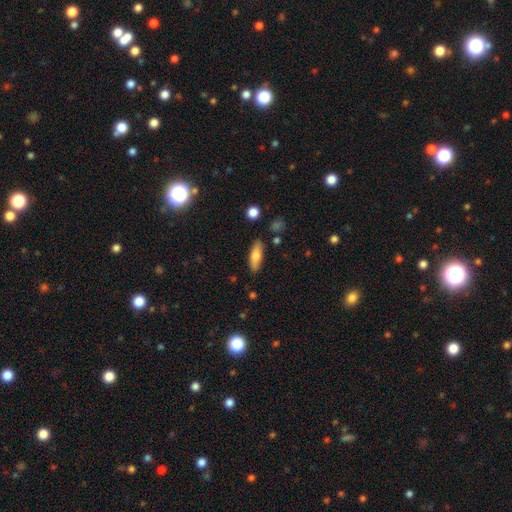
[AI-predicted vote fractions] smooth-or-featured: smooth: 75% | featured or disk: 19% | star or artifact: 7%
  how-rounded: in between: 58% | cigar-shaped: 40% | round: 3%
  merging: none: 85% | minor disturbance: 10% | merger: 2% | major disturbance: 2%